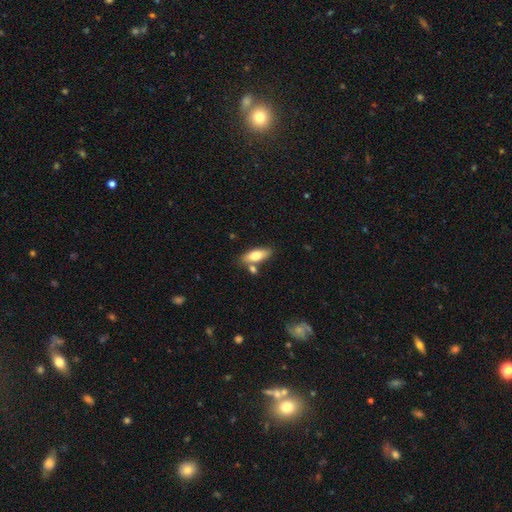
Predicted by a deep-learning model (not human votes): smooth-or-featured: smooth: 73% | featured or disk: 21% | star or artifact: 6%
  how-rounded: in between: 74% | cigar-shaped: 23% | round: 3%
  merging: none: 69% | merger: 15% | minor disturbance: 13% | major disturbance: 3%